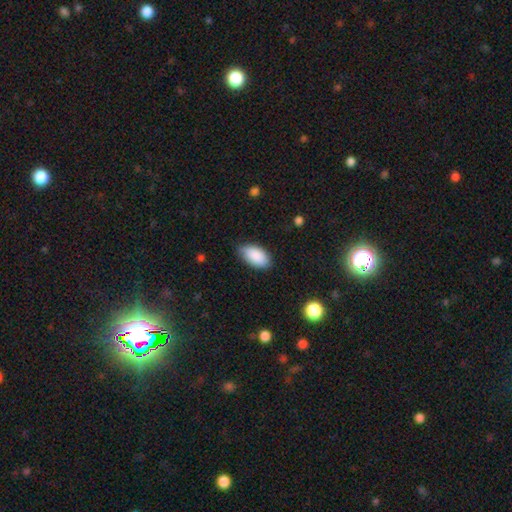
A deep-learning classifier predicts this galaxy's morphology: Q: Smooth or featured?
A: smooth (89%); runner-up: star or artifact (6%)
Q: How rounded?
A: in between (94%); runner-up: round (3%)
Q: Merging?
A: none (76%); runner-up: minor disturbance (19%)